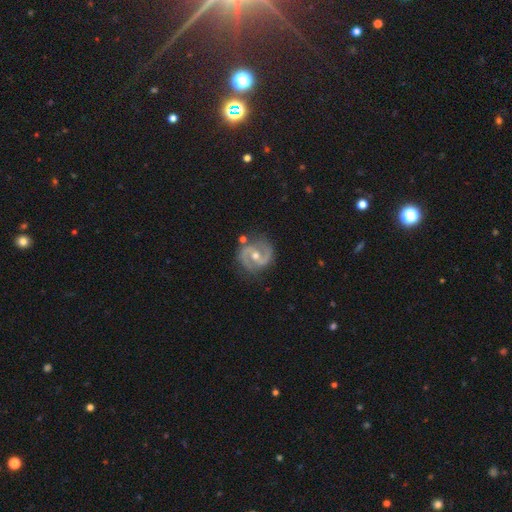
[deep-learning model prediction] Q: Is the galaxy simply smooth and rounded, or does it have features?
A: featured or disk — 88%.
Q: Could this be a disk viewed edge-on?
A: no — 98%.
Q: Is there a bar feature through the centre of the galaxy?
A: weak — 41%.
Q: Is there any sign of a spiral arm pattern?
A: yes — 96%.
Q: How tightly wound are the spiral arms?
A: medium — 57%.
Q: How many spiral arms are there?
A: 2 — 93%.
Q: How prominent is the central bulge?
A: moderate — 70%.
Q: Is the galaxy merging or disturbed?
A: none — 82%.